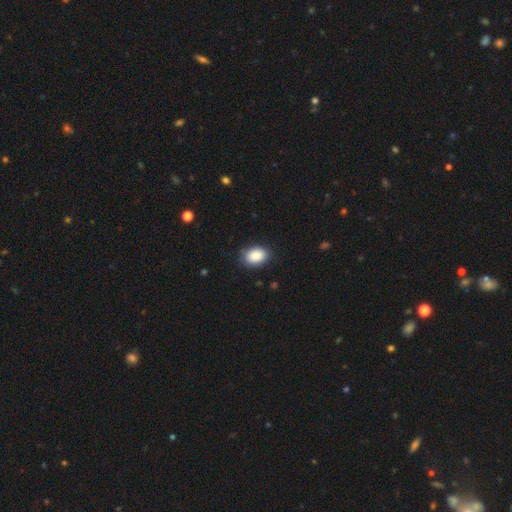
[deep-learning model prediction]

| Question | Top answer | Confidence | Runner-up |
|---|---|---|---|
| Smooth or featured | smooth | 85% | star or artifact (8%) |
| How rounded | in between | 71% | round (29%) |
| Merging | none | 85% | minor disturbance (11%) |